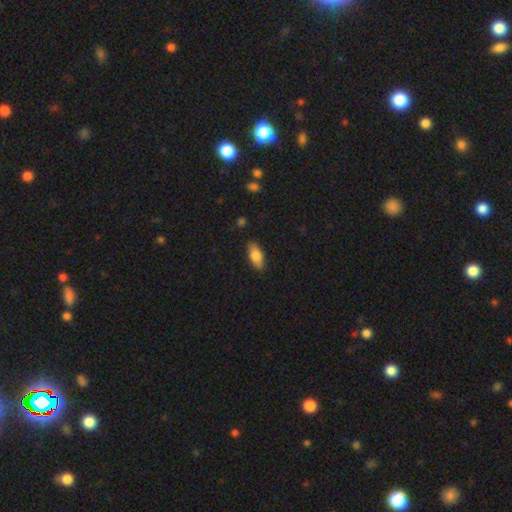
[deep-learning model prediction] A smooth galaxy with no disk features (78%) that is in between round and cigar-shaped (82%).

Vote fractions:
- Smooth or featured? smooth: 78% / featured or disk: 16% / star or artifact: 6%
- How rounded? in between: 82% / cigar-shaped: 15% / round: 3%
- Merging? none: 86% / minor disturbance: 11% / major disturbance: 2% / merger: 1%